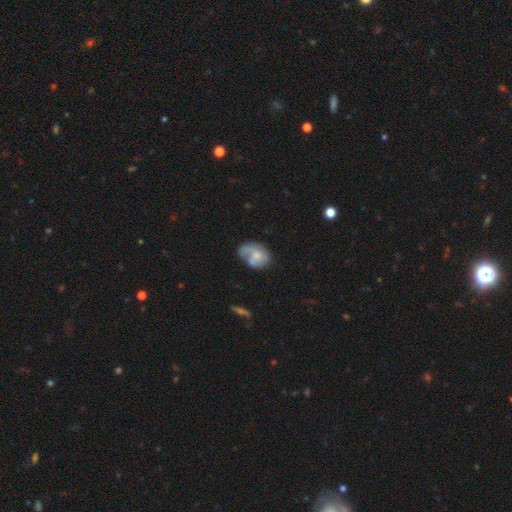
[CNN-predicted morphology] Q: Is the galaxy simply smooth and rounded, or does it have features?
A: smooth — 51%.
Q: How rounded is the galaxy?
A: in between — 72%.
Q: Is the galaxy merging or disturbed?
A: none — 33%.